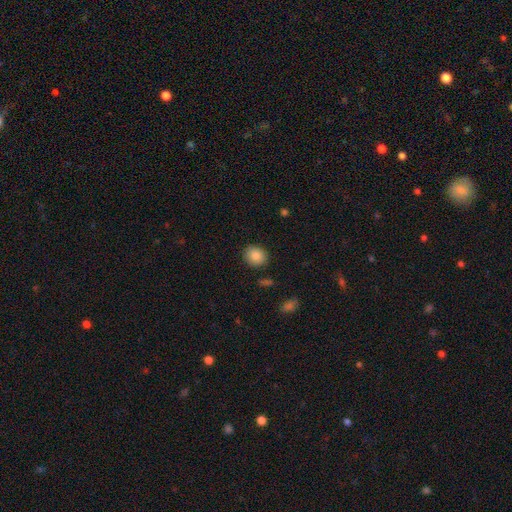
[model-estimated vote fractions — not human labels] Q: Smooth or featured?
A: smooth (85%); runner-up: star or artifact (8%)
Q: How rounded?
A: round (67%); runner-up: in between (32%)
Q: Merging?
A: none (88%); runner-up: minor disturbance (8%)